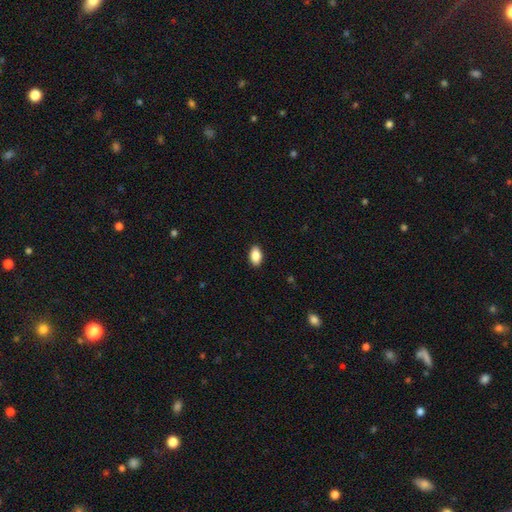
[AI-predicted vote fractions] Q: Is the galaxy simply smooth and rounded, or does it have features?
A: smooth — 88%.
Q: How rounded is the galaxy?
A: in between — 92%.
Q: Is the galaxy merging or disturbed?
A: none — 90%.